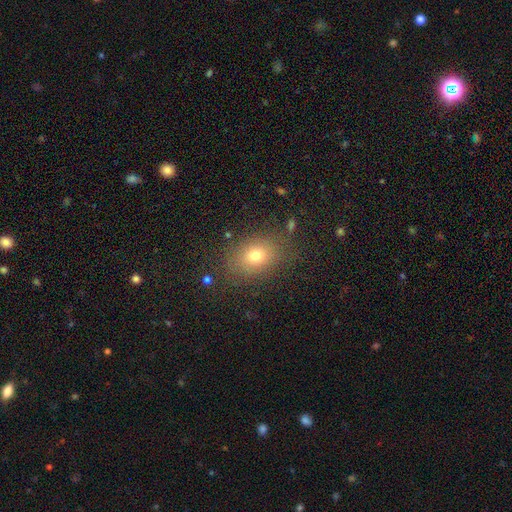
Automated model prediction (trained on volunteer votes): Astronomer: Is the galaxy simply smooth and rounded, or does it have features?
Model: smooth — 73%.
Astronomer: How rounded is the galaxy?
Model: in between — 65%.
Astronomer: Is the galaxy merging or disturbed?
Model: none — 81%.